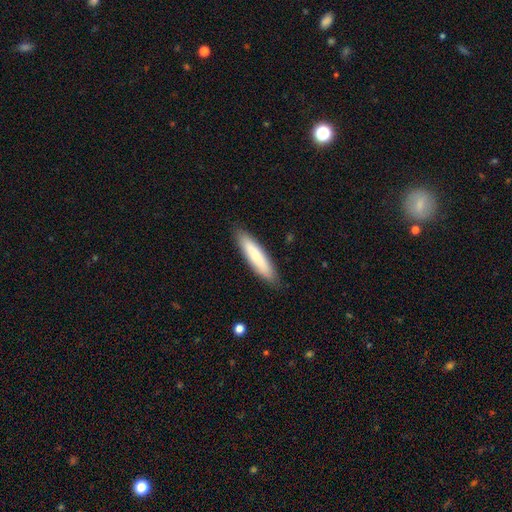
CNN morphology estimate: This is likely a smooth galaxy (78%). How rounded: clearly cigar-shaped (82%). Merging: clearly none (88%).